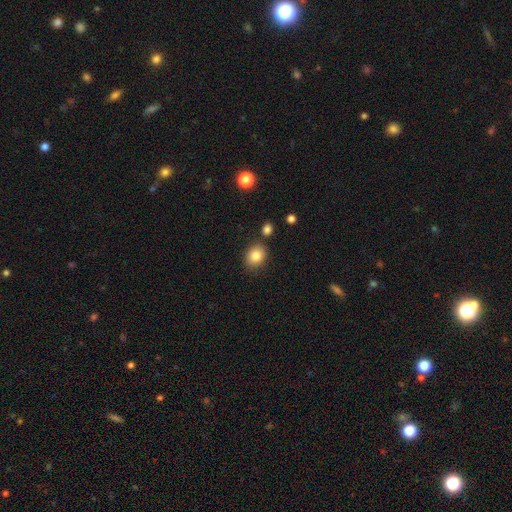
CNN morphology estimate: smooth-or-featured: smooth: 83% | star or artifact: 10% | featured or disk: 7%
  how-rounded: round: 53% | in between: 46% | cigar-shaped: 1%
  merging: none: 81% | minor disturbance: 11% | merger: 5% | major disturbance: 3%